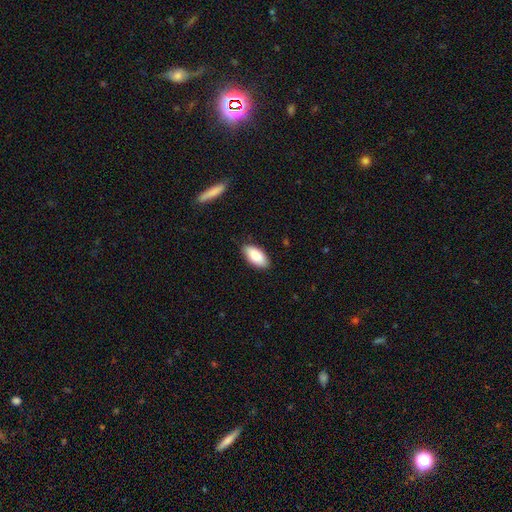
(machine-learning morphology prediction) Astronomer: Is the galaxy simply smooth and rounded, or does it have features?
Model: smooth — 87%.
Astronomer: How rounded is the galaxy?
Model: in between — 91%.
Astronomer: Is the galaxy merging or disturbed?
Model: none — 85%.